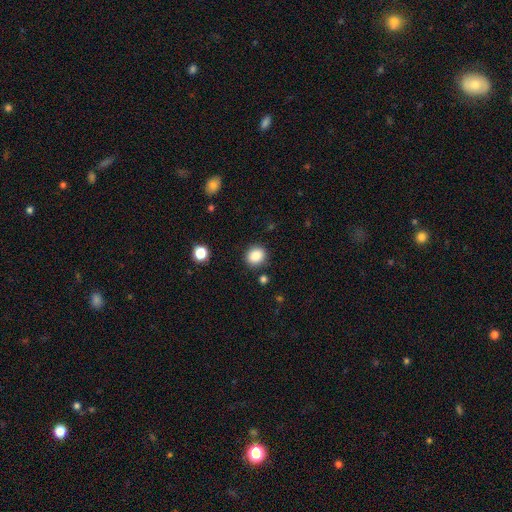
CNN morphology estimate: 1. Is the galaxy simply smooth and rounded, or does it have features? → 86% smooth, 10% star or artifact, 4% featured or disk.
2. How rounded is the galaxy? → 77% round, 22% in between, 1% cigar-shaped.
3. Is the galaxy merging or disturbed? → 87% none, 8% minor disturbance, 3% major disturbance, 2% merger.